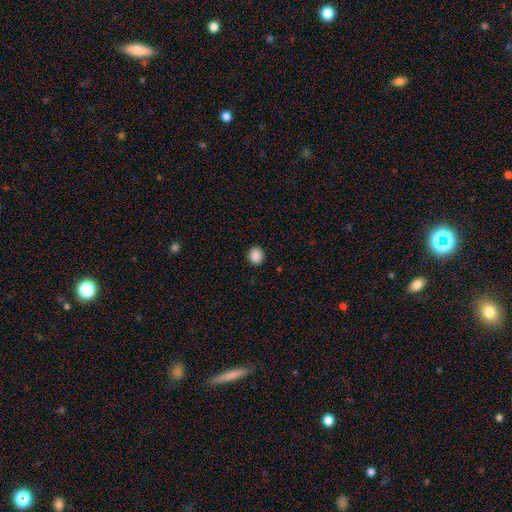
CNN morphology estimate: smooth 89%, star or artifact 9%, featured or disk 2%. Down the decision tree: how rounded — round (80%); merging — none (91%).